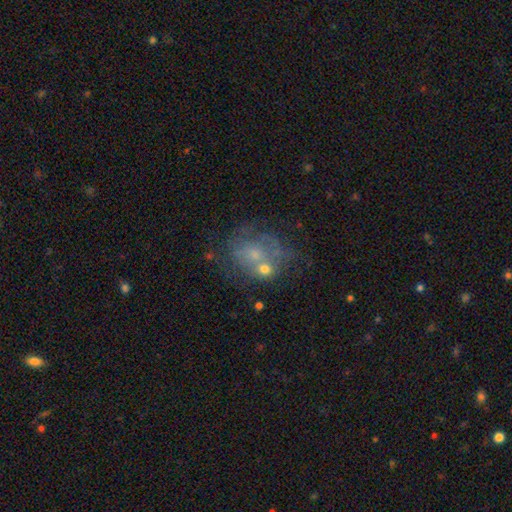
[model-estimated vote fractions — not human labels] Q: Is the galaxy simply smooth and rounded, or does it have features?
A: featured or disk — 52%.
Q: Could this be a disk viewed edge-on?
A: no — 97%.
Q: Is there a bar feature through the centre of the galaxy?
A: no — 83%.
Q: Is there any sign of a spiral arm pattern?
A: no — 58%.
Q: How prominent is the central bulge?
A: small — 49%.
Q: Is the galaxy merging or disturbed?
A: none — 40%.